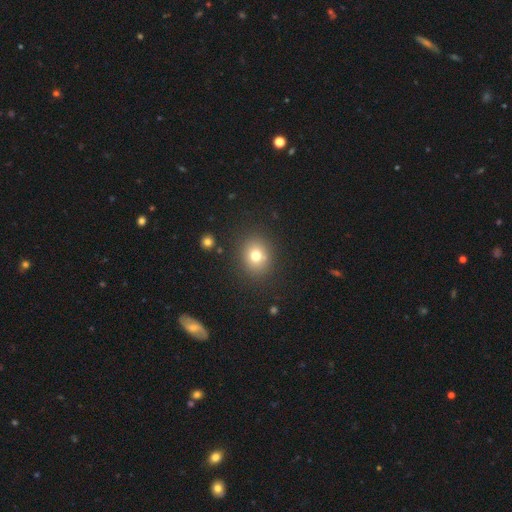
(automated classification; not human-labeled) This appears to be a smooth galaxy with no disk features (76%) that is round (71%). Merging: none (86%).